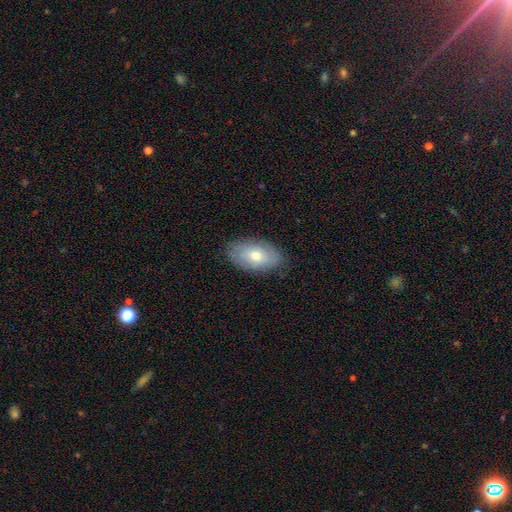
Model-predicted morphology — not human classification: This appears to be a smooth galaxy with no disk features (64%) that is in between round and cigar-shaped (94%). Merging: none (83%).